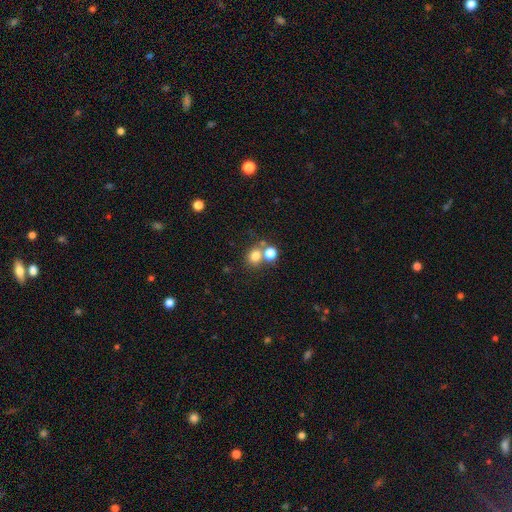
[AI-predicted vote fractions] This appears to be a smooth galaxy with no disk features (76%) that is round (74%). Merging: none (54%).